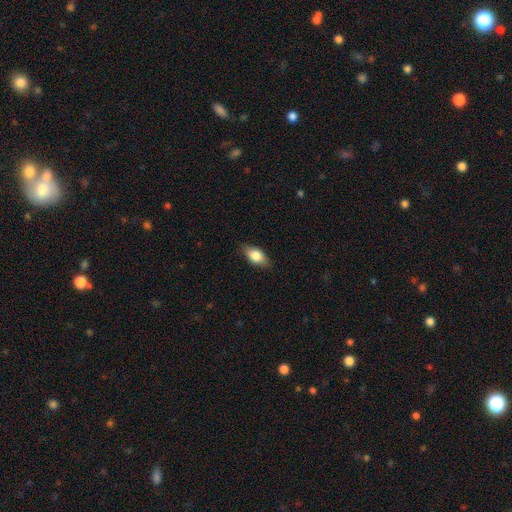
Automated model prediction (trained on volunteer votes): smooth_or_featured: smooth (p=0.77) [alt: featured or disk p=0.16]
how_rounded: in between (p=0.86) [alt: cigar-shaped p=0.08]
merging: none (p=0.85) [alt: minor disturbance p=0.12]